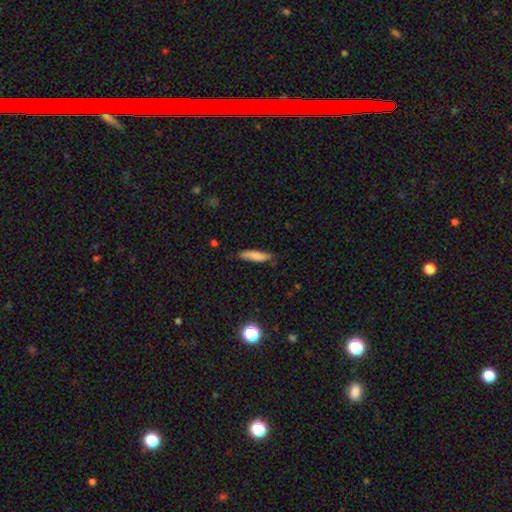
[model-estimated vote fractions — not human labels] Smooth or featured? smooth (79%)
How rounded? cigar-shaped (77%)
Merging? none (78%)